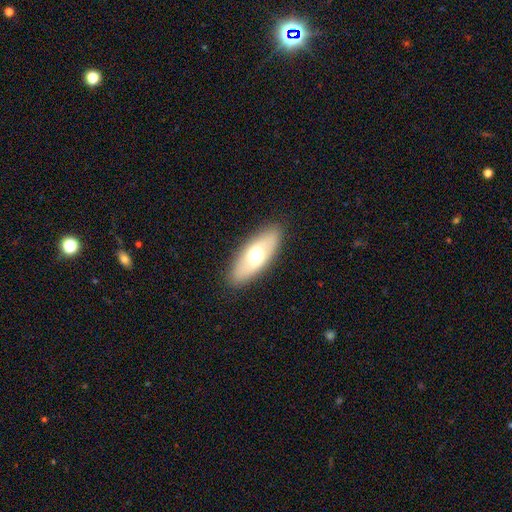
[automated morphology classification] This appears to be a smooth galaxy with no disk features (56%) that is in between round and cigar-shaped (77%). Merging: none (88%).